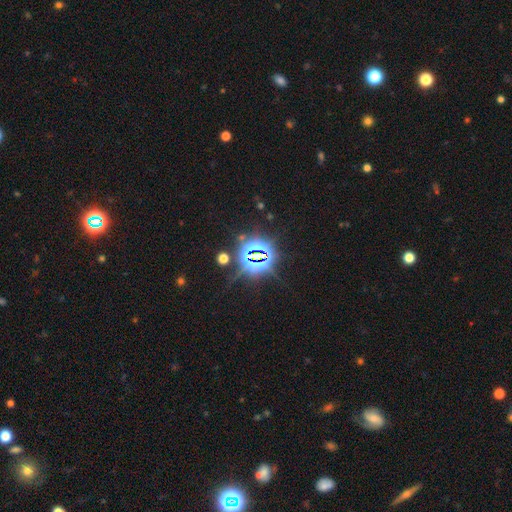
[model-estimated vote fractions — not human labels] This appears to be a star or artifact, not a galaxy (82%).